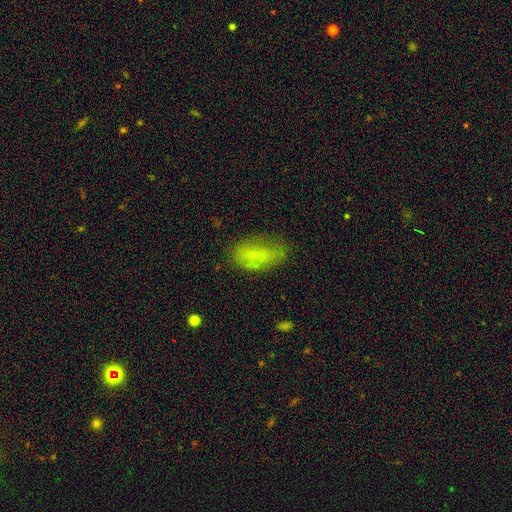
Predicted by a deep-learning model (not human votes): smooth 67%, featured or disk 22%, star or artifact 11%. Down the decision tree: how rounded — in between (88%); merging — none (57%).